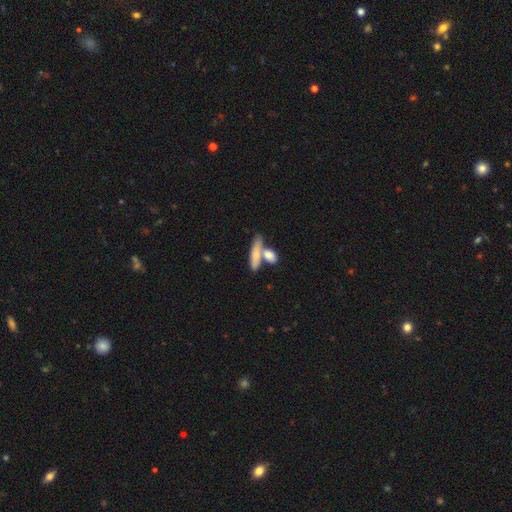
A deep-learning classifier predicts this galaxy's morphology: smooth 72%, featured or disk 22%, star or artifact 7%. Down the decision tree: how rounded — cigar-shaped (54%); merging — none (42%, tied with merger).